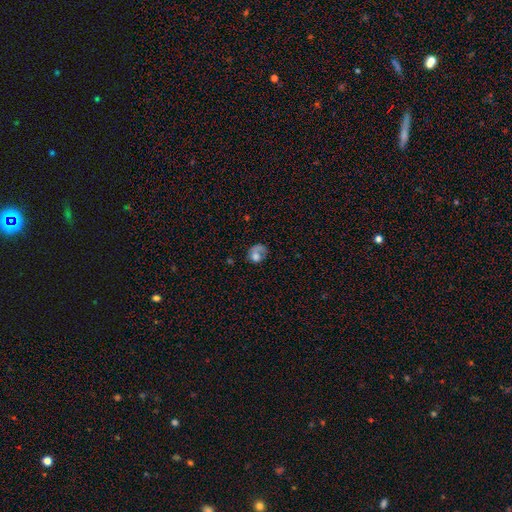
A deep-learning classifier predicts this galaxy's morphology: Overall: smooth (59%; featured or disk 31%). How rounded: round (54%; in between 45%). Merging: major disturbance (35%, tied with none).